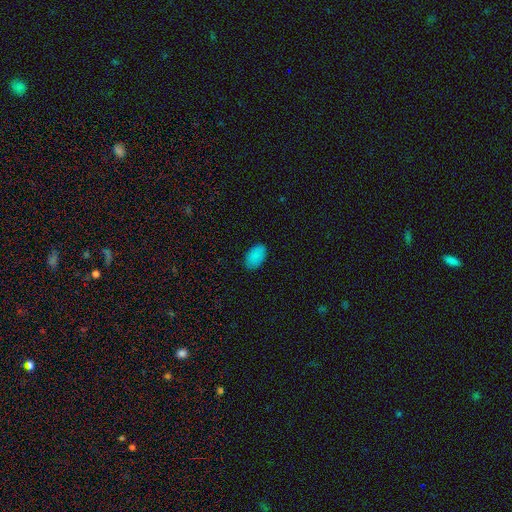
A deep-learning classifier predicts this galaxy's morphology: This is clearly a smooth galaxy (88%). How rounded: clearly in between (93%). Merging: clearly none (87%).